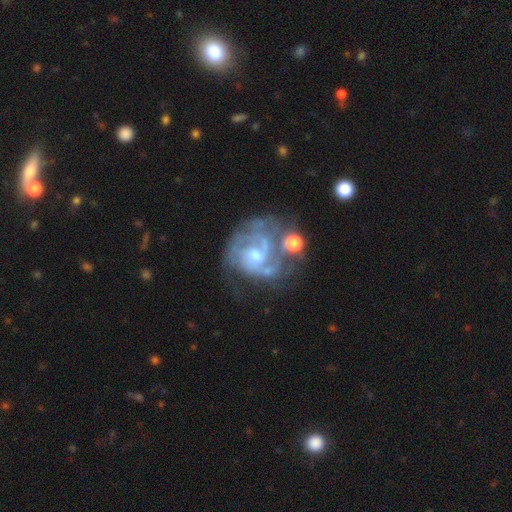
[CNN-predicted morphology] A featured or disk galaxy (84%) with no bar (52%), 2 (38%) tight (46%) spiral arms (90%) and a moderate central bulge (52%).

Vote fractions:
- Smooth or featured? featured or disk: 84% / smooth: 9% / star or artifact: 7%
- Edge-on disk? no: 98% / yes: 2%
- Bar? no: 52% / weak: 40% / strong: 8%
- Spiral arms? yes: 90% / no: 10%
- Spiral winding? tight: 46% / medium: 42% / loose: 13%
- Spiral arm count? 2: 38% / can't tell: 28% / 3: 19% / 1: 6% / 4: 5% / more than 4: 4%
- Bulge size? moderate: 52% / small: 35% / none: 8% / large: 5% / dominant: 1%
- Merging? none: 43% / major disturbance: 21% / minor disturbance: 20% / merger: 16%